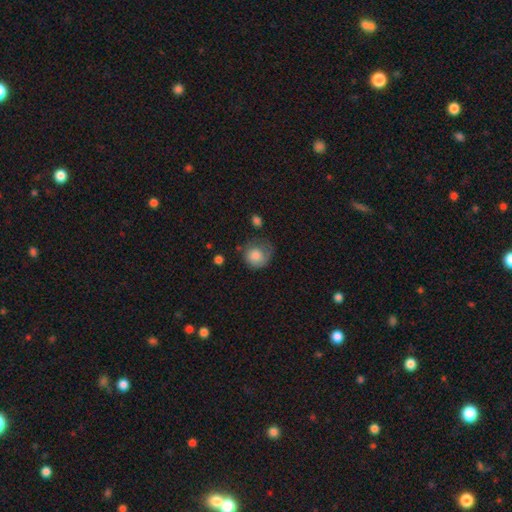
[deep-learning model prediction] A smooth galaxy with no disk features (78%) that is round (81%). Merging: none (44%).